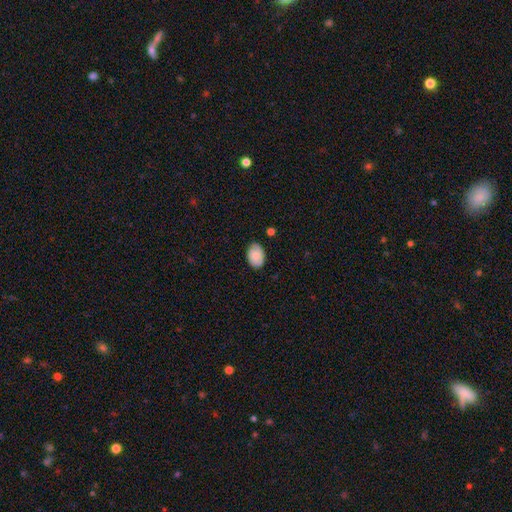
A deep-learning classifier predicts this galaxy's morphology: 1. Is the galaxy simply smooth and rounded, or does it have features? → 82% smooth, 11% featured or disk, 7% star or artifact.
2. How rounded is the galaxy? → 82% in between, 17% round, 1% cigar-shaped.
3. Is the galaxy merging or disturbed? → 80% none, 16% minor disturbance, 3% major disturbance, 2% merger.